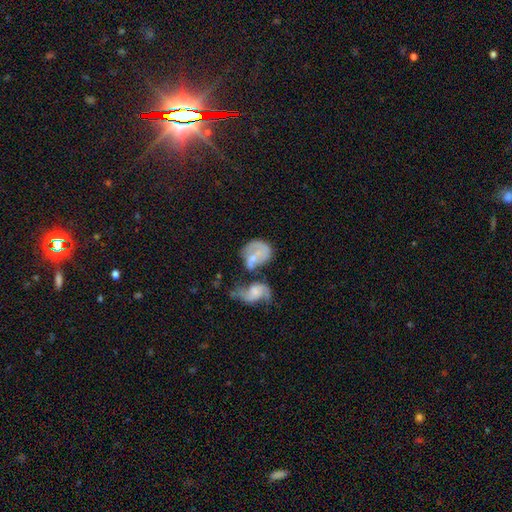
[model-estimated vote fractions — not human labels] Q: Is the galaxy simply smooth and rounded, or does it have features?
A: featured or disk — 58%.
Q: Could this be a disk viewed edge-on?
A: no — 97%.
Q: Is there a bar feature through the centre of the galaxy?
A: no — 59%.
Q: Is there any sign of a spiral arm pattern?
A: yes — 72%.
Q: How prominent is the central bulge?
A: small — 47%.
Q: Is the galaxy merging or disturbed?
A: merger — 50%.